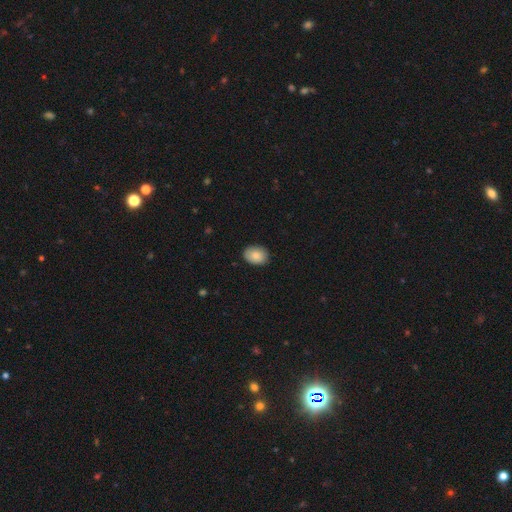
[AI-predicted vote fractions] smooth-or-featured: smooth: 85% | featured or disk: 8% | star or artifact: 7%
  how-rounded: in between: 68% | round: 31% | cigar-shaped: 1%
  merging: none: 86% | minor disturbance: 11% | major disturbance: 2% | merger: 1%